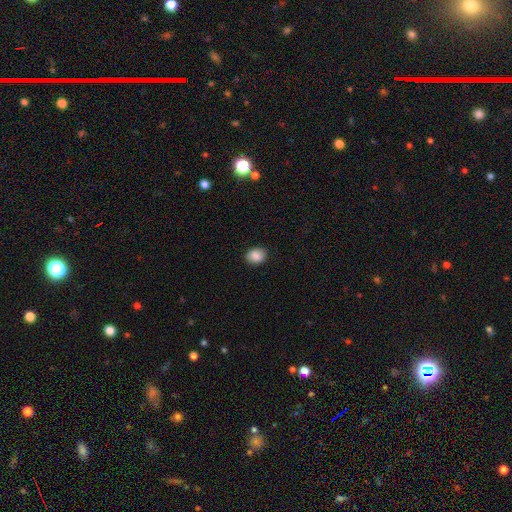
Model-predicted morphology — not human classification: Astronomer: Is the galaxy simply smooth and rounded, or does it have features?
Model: smooth — 88%.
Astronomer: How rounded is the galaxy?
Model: in between — 56% (runner-up: round, 43%).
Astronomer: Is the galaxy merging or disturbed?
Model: none — 86%.